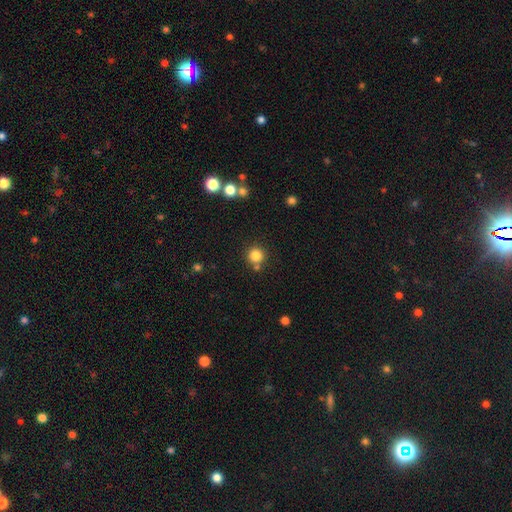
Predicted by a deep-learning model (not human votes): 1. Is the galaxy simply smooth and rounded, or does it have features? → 82% smooth, 13% star or artifact, 6% featured or disk.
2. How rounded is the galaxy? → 93% round, 6% in between, 1% cigar-shaped.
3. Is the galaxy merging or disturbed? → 76% none, 13% merger, 9% minor disturbance, 3% major disturbance.